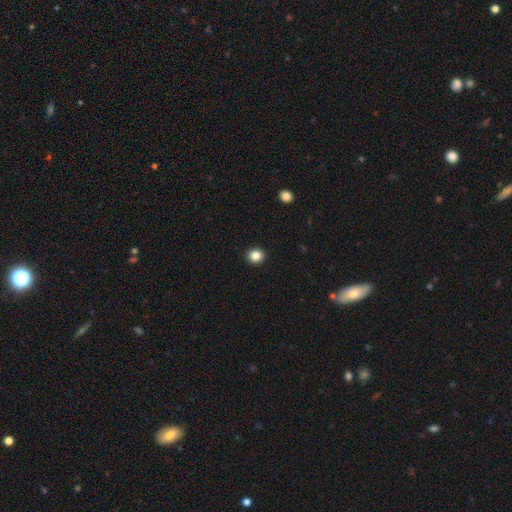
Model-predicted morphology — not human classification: The model was most divided on "how rounded": round: 85%, in between: 14%, cigar-shaped: 1%. More confident: merging — none (93%); smooth or featured — smooth (85%).